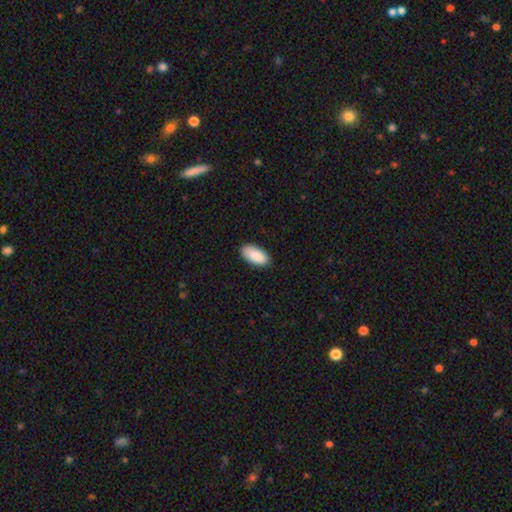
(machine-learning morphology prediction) Overall: smooth (90%). How rounded: in between (93%). Merging: none (88%).